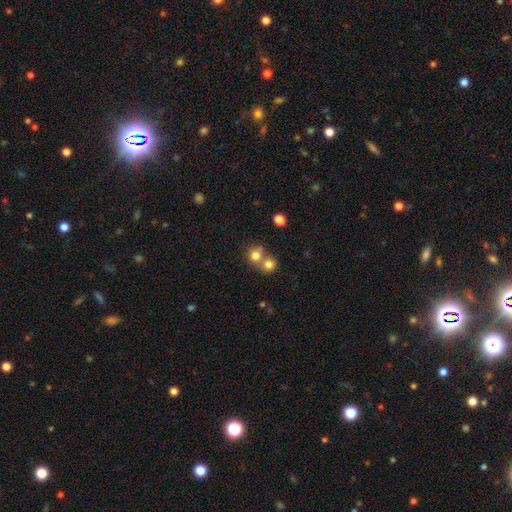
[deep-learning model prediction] smooth_or_featured: smooth (p=0.78) [alt: star or artifact p=0.12]
how_rounded: round (p=0.86) [alt: in between p=0.13]
merging: merger (p=0.50) [alt: none p=0.41]